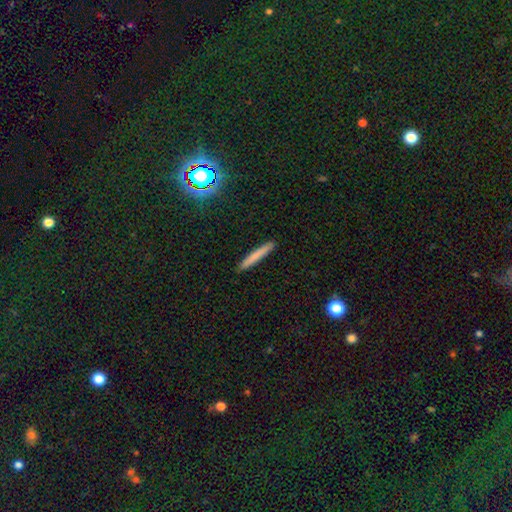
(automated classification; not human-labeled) smooth 73%, featured or disk 19%, star or artifact 8%. Down the decision tree: how rounded — cigar-shaped (96%); merging — none (91%).